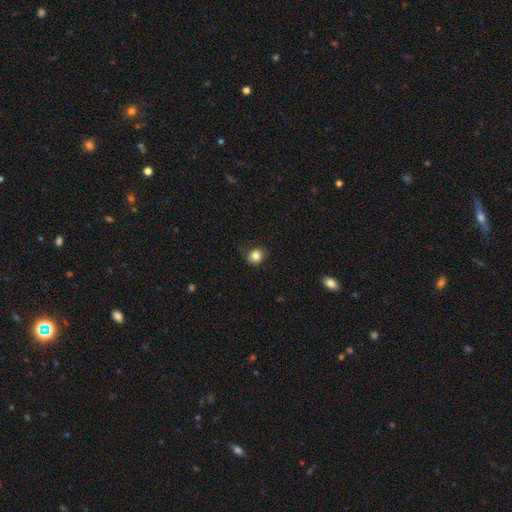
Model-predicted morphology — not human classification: Smooth or featured? smooth (84%)
How rounded? round (84%)
Merging? none (71%)